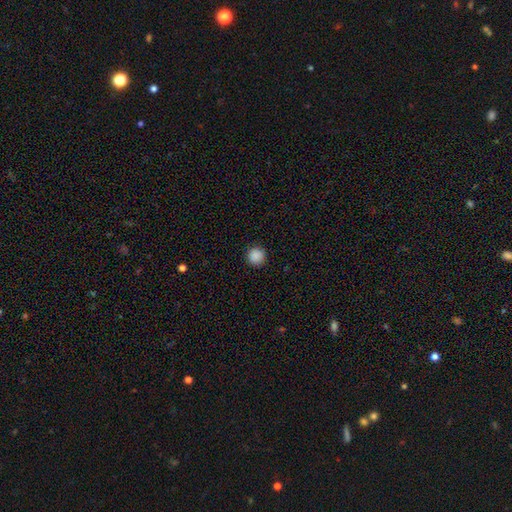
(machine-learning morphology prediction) Overall: smooth (89%). How rounded: round (96%). Merging: none (92%).